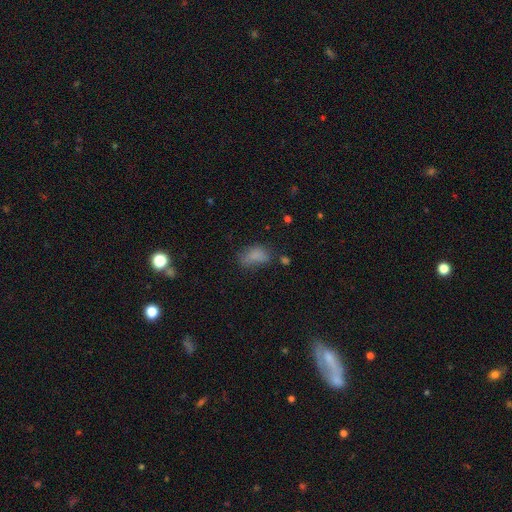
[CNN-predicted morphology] Smooth or featured? smooth (75%)
How rounded? in between (88%)
Merging? none (41%)